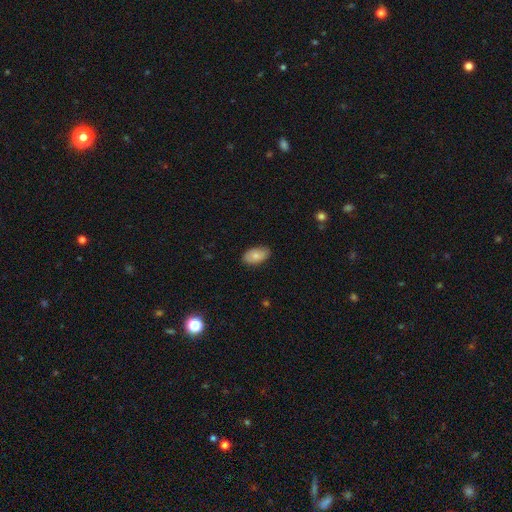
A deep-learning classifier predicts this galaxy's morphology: A smooth galaxy with no disk features (75%) that is in between round and cigar-shaped (94%).

Vote fractions:
- Smooth or featured? smooth: 75% / featured or disk: 19% / star or artifact: 7%
- How rounded? in between: 94% / round: 5% / cigar-shaped: 2%
- Merging? none: 84% / minor disturbance: 12% / major disturbance: 2% / merger: 1%